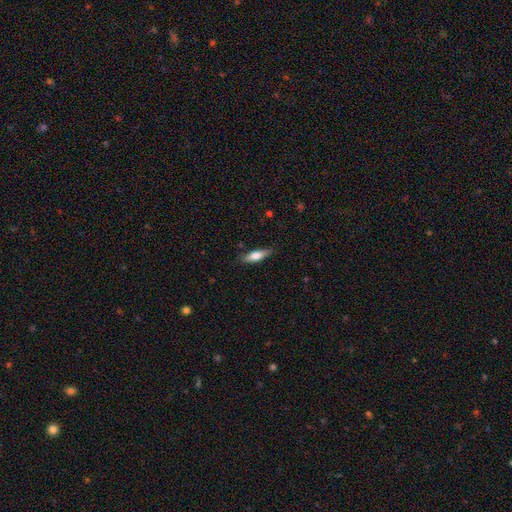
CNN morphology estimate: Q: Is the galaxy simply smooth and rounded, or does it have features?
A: smooth — 64%.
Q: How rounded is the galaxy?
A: cigar-shaped — 56%.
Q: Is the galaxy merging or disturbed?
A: none — 83%.